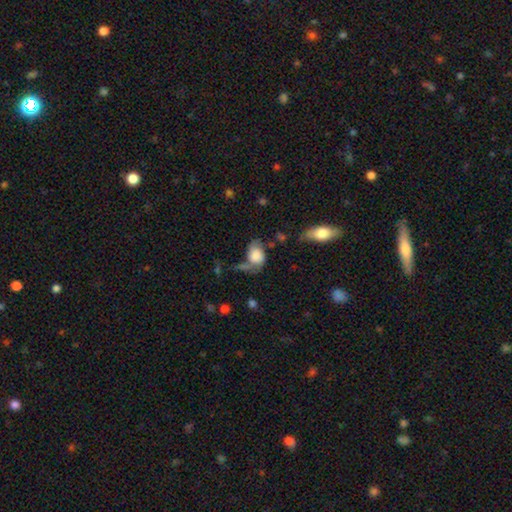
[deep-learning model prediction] Smooth or featured?
  - smooth: 63% *
  - featured or disk: 28%
  - star or artifact: 9%
How rounded?
  - in between: 71% *
  - round: 27%
  - cigar-shaped: 1%
Merging?
  - none: 31% *
  - major disturbance: 27%
  - minor disturbance: 27%
  - merger: 15%